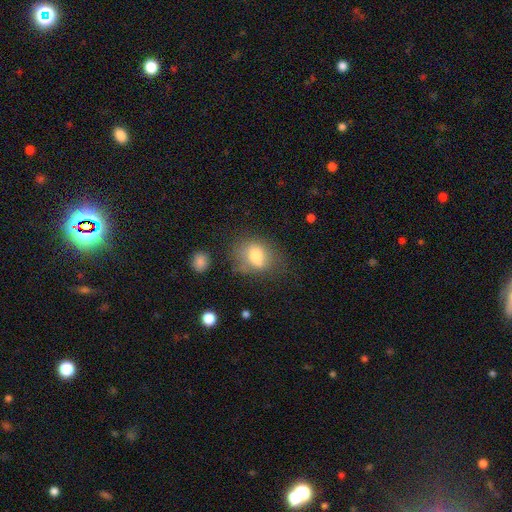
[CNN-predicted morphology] Overall: smooth (73%). How rounded: in between (52%; round 47%). Merging: none (57%; minor disturbance 26%).